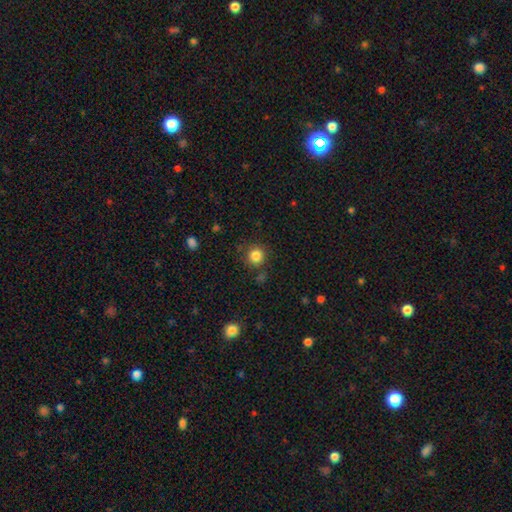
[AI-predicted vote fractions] Smooth or featured? smooth (84%)
How rounded? round (91%)
Merging? none (82%)